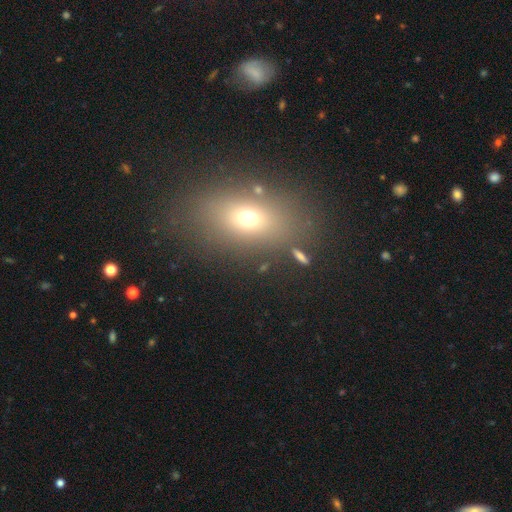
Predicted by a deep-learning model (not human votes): Smooth or featured? smooth (61%)
How rounded? in between (77%)
Merging? none (83%)